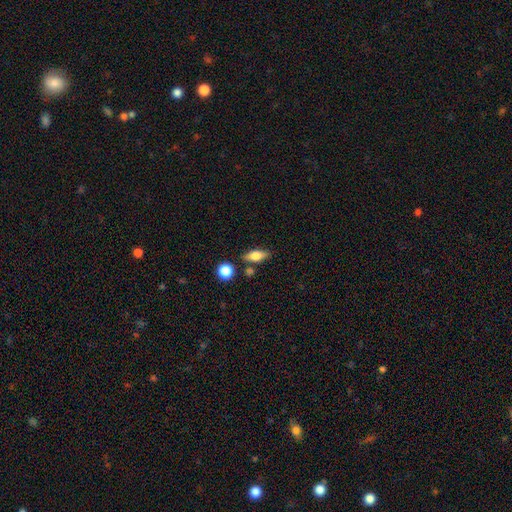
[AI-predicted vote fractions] Smooth or featured? smooth (69%)
How rounded? in between (71%)
Merging? none (78%)